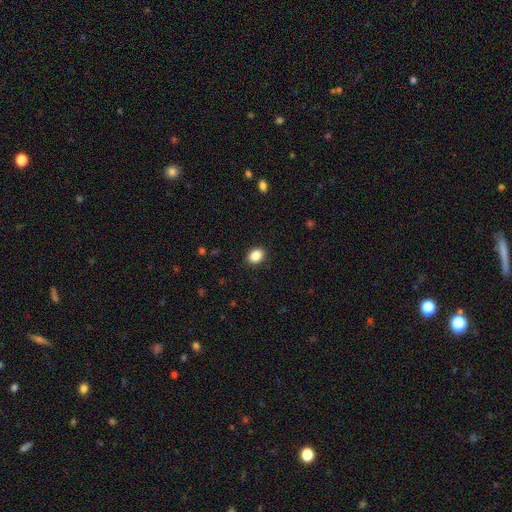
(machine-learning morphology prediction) Smooth or featured?
  - smooth: 87% *
  - star or artifact: 9%
  - featured or disk: 4%
How rounded?
  - in between: 63% *
  - round: 36%
  - cigar-shaped: 1%
Merging?
  - none: 90% *
  - minor disturbance: 7%
  - major disturbance: 2%
  - merger: 1%